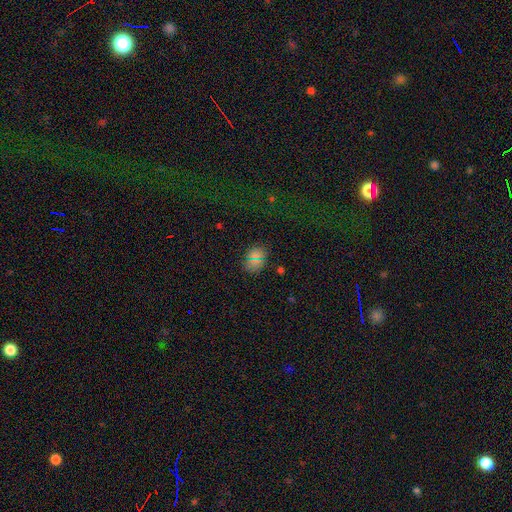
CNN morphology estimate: type=smooth (65%); roundness=in between (62%); merging=none (85%).